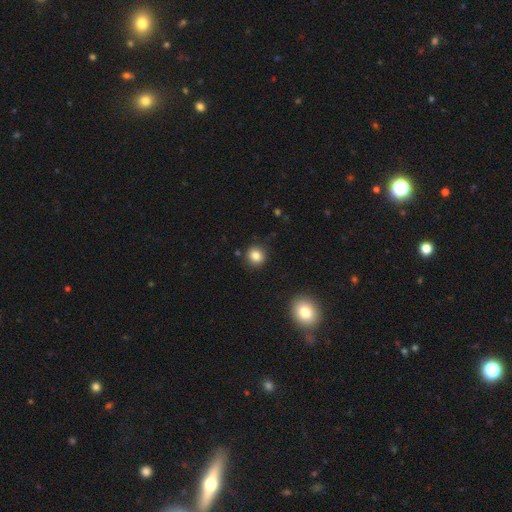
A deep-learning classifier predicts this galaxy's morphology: smooth_or_featured: smooth (p=0.83) [alt: star or artifact p=0.11]
how_rounded: round (p=0.90) [alt: in between p=0.09]
merging: none (p=0.89) [alt: minor disturbance p=0.07]